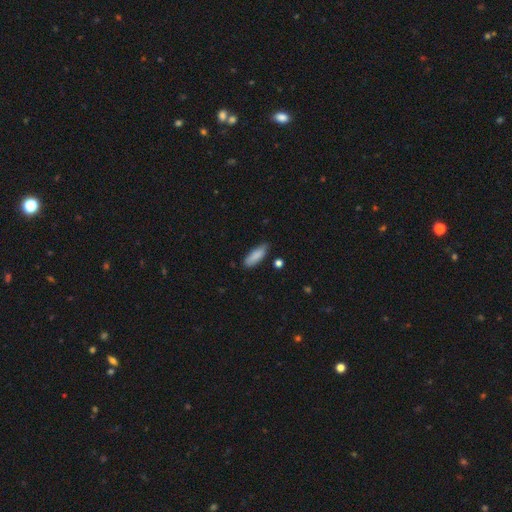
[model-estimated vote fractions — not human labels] This appears to be a smooth galaxy with no disk features (87%) that is in between round and cigar-shaped (60%). Merging: none (77%).